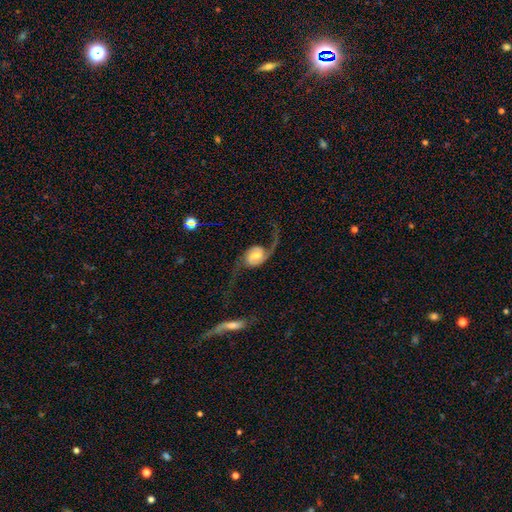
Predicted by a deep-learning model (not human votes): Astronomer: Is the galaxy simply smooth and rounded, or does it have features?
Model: featured or disk — 84%.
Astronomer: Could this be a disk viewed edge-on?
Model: no — 97%.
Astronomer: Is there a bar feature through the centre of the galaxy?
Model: weak — 44% (runner-up: no, 40%).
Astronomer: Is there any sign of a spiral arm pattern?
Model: yes — 96%.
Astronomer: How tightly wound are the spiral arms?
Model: loose — 80%.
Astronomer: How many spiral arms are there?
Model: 2 — 89%.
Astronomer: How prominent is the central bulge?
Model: moderate — 53%.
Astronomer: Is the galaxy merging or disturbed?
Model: none — 53% (runner-up: major disturbance, 28%).